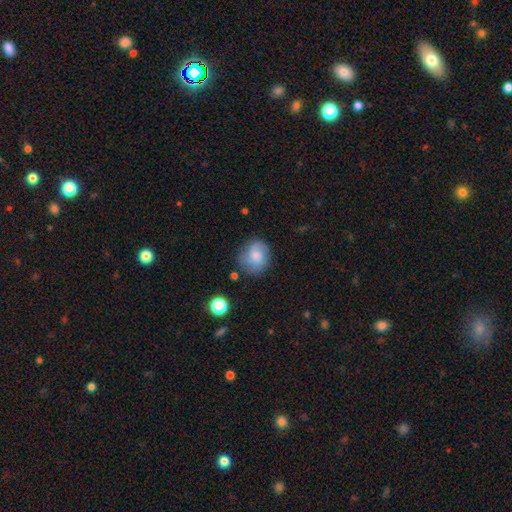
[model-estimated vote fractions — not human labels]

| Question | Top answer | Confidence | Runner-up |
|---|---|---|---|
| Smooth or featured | smooth | 54% | featured or disk (37%) |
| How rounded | round | 74% | in between (25%) |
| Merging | none | 69% | minor disturbance (21%) |